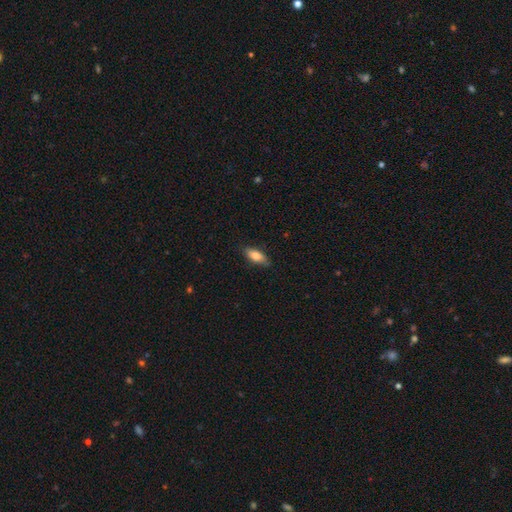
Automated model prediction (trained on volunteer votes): Morphology: type=smooth (79%); roundness=in between (79%); merging=none (81%).